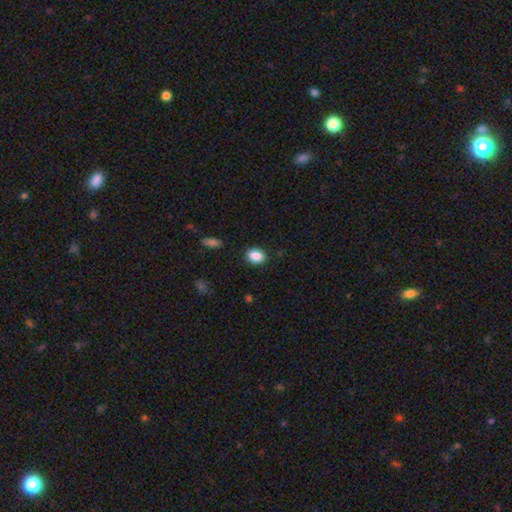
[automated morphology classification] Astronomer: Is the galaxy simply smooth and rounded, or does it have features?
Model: smooth — 87%.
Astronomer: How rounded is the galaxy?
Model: in between — 69%.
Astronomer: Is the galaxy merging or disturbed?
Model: none — 87%.